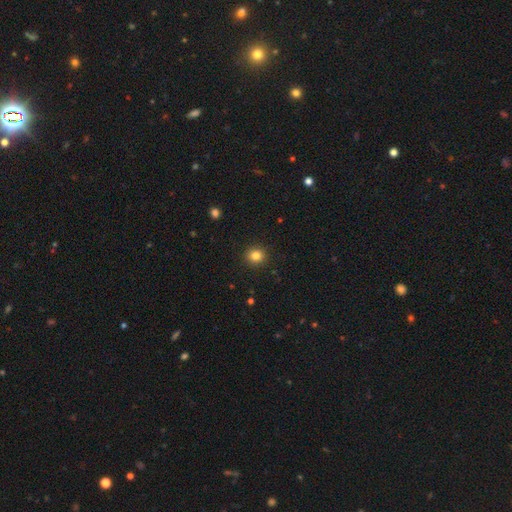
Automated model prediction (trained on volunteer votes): Overall: smooth (83%). How rounded: round (89%). Merging: none (92%).